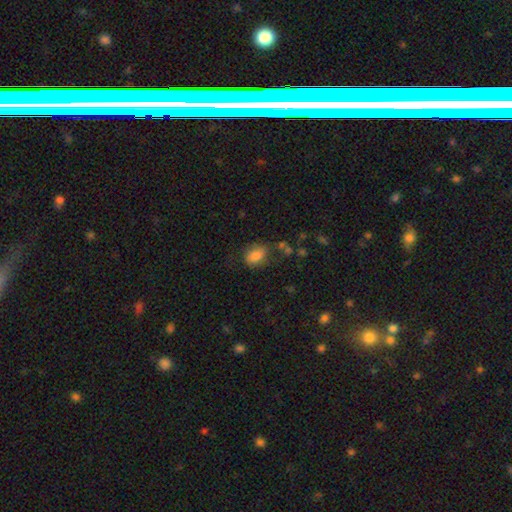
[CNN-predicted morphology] A smooth galaxy with no disk features (82%) that is in between round and cigar-shaped (76%).

Vote fractions:
- Smooth or featured? smooth: 82% / featured or disk: 9% / star or artifact: 9%
- How rounded? in between: 76% / round: 23% / cigar-shaped: 1%
- Merging? none: 65% / minor disturbance: 22% / major disturbance: 9% / merger: 4%